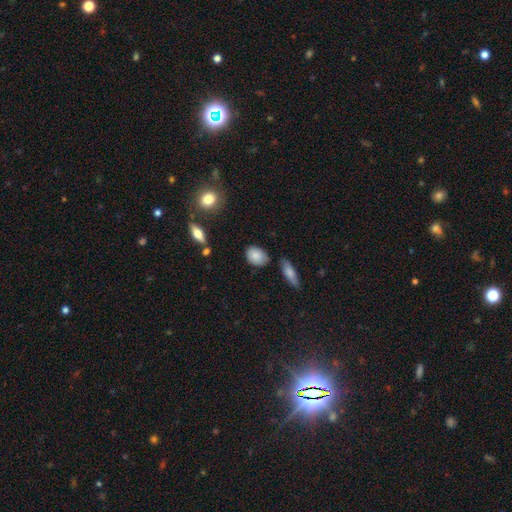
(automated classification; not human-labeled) Smooth or featured: smooth — 82% (featured or disk — 10%)
How rounded: in between — 71% (round — 26%)
Merging: none — 67% (minor disturbance — 23%)